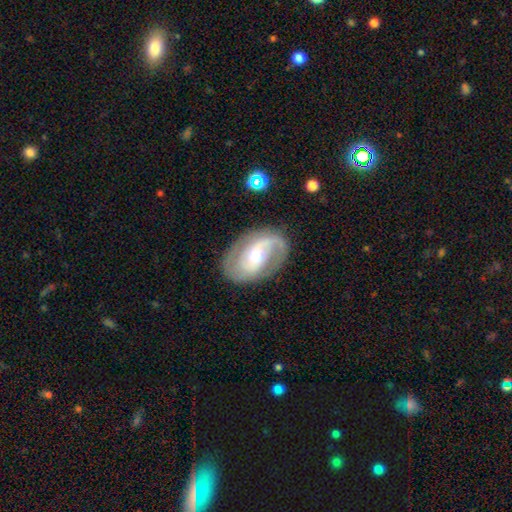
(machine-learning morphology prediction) A featured or disk galaxy (81%) with no bar (43%), 2 (83%) medium (46%) spiral arms (90%) and a moderate central bulge (66%). Merging: none (80%).